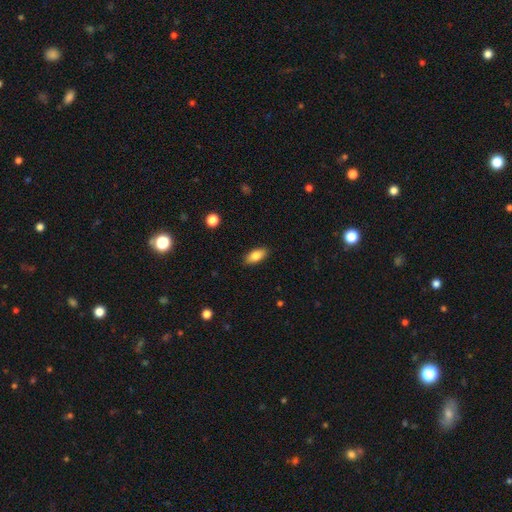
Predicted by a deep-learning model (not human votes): Overall: smooth (80%). How rounded: in between (87%). Merging: none (88%).